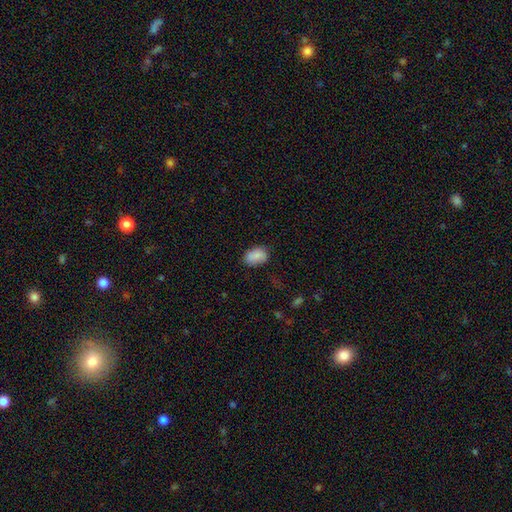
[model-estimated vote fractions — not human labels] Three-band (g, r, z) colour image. It shows a smooth galaxy with no disk features (85%) that is in between round and cigar-shaped (88%). Merging: none (78%).